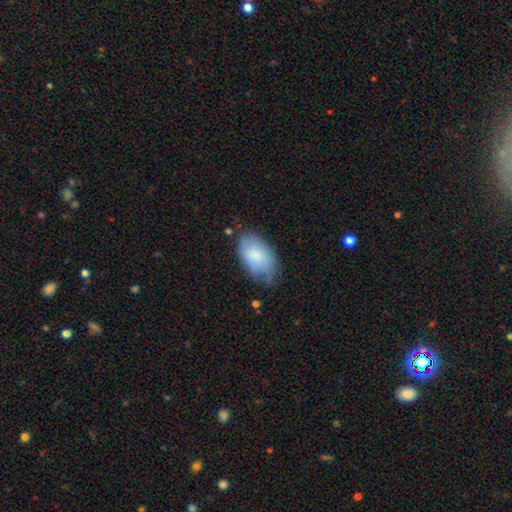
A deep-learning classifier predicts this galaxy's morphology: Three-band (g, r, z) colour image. It shows a smooth galaxy with no disk features (77%) that is in between round and cigar-shaped (94%). Merging: none (57%).